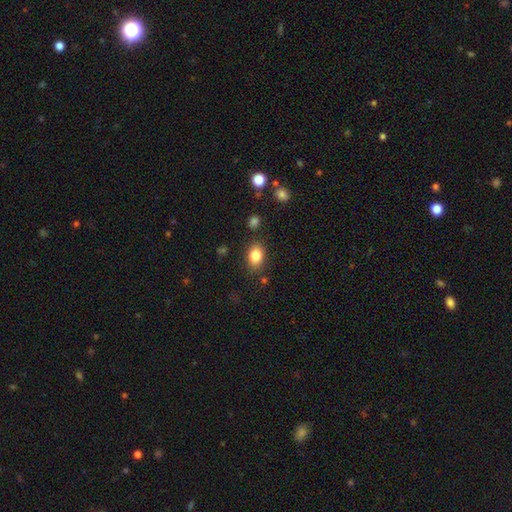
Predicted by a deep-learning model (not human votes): Overall: smooth (84%). How rounded: in between (80%). Merging: none (83%).